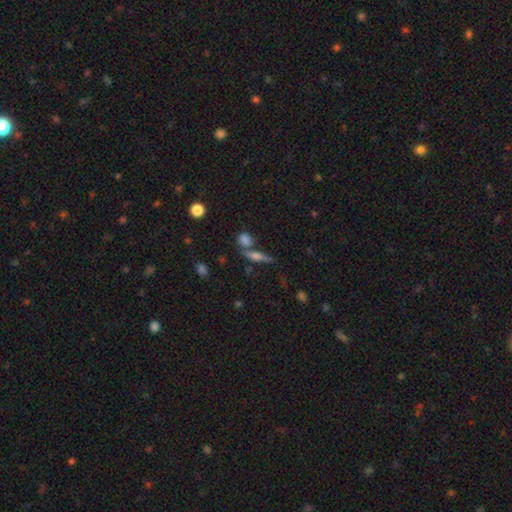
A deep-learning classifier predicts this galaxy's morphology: A featured or disk galaxy (47%). Merging: none (67%).